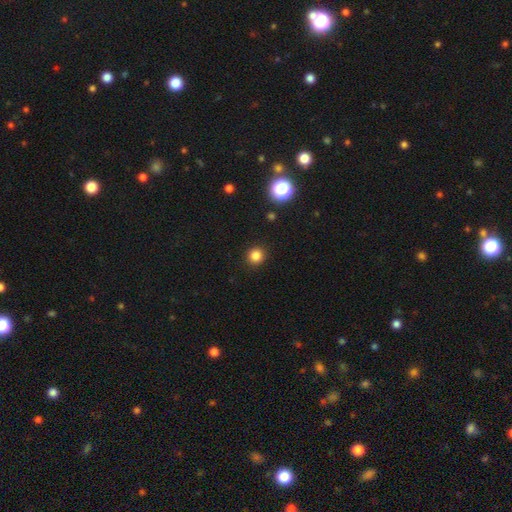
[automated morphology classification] Smooth or featured? Predicted: smooth (p=0.82). How rounded? Predicted: round (p=0.93). Merging? Predicted: none (p=0.92).